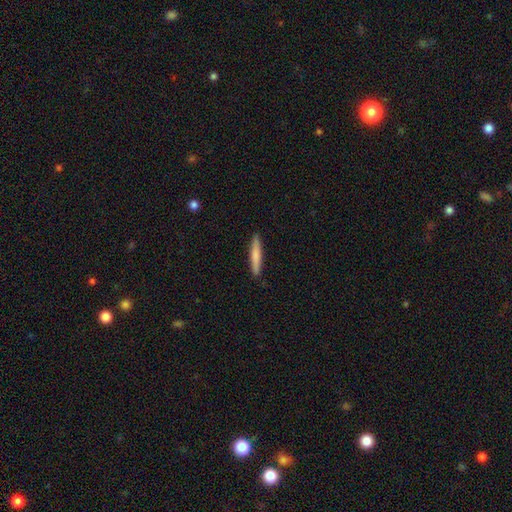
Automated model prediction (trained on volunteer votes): A smooth galaxy with no disk features (73%) that is cigar-shaped (93%).

Vote fractions:
- Smooth or featured? smooth: 73% / featured or disk: 21% / star or artifact: 5%
- How rounded? cigar-shaped: 93% / in between: 5% / round: 1%
- Merging? none: 91% / minor disturbance: 7% / major disturbance: 1% / merger: 1%